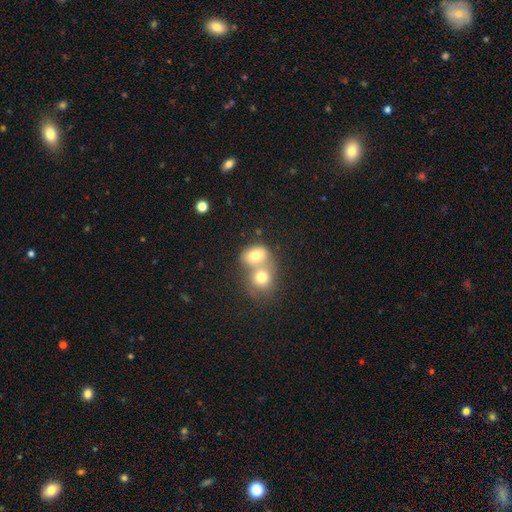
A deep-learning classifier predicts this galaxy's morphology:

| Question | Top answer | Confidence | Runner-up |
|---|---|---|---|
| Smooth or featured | smooth | 74% | featured or disk (15%) |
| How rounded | in between | 53% | round (46%) |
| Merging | merger | 63% | none (26%) |